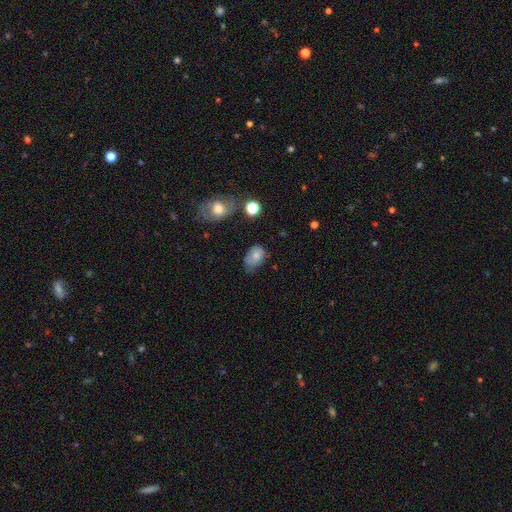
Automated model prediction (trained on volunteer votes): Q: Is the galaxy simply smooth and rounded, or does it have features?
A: smooth — 73%.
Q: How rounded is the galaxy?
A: in between — 79%.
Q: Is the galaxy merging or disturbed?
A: none — 48%.